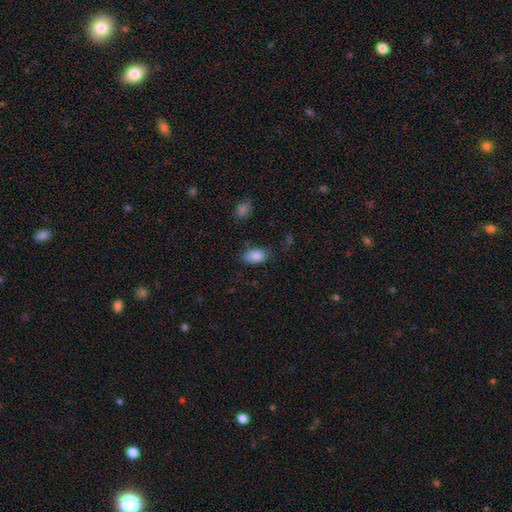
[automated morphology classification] Overall: smooth (87%). How rounded: in between (92%). Merging: none (76%).